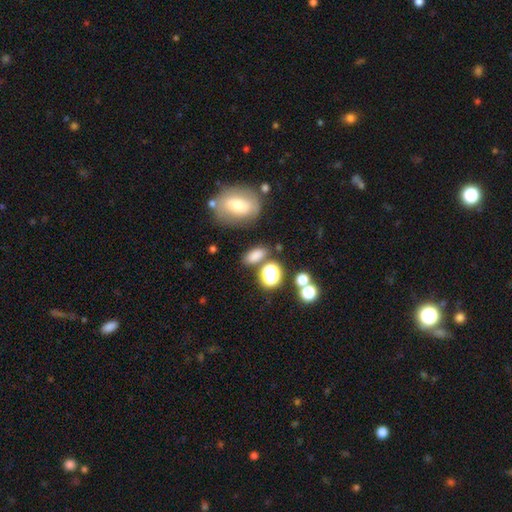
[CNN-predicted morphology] type=smooth (77%); roundness=in between (82%); merging=none (69%).